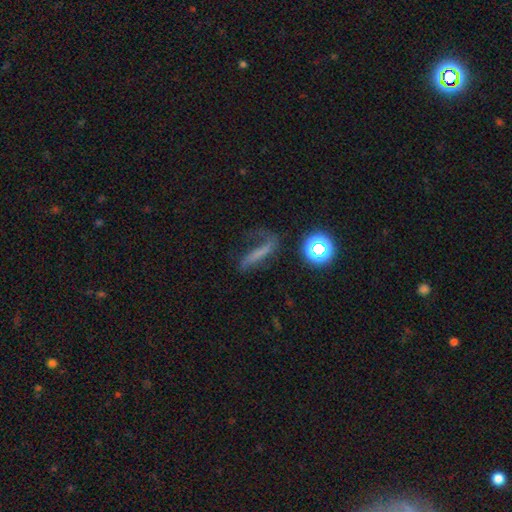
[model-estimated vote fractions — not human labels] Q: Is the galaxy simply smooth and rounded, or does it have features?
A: smooth — 43%.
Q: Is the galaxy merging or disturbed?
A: none — 48%.